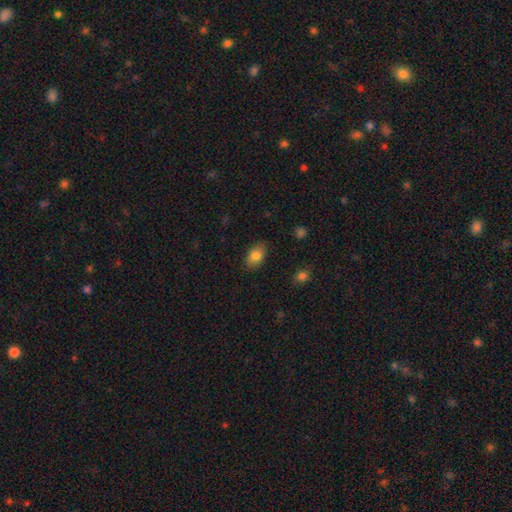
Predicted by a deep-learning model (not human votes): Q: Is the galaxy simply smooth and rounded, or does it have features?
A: smooth — 82%.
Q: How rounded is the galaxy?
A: in between — 88%.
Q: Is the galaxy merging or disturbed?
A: none — 85%.